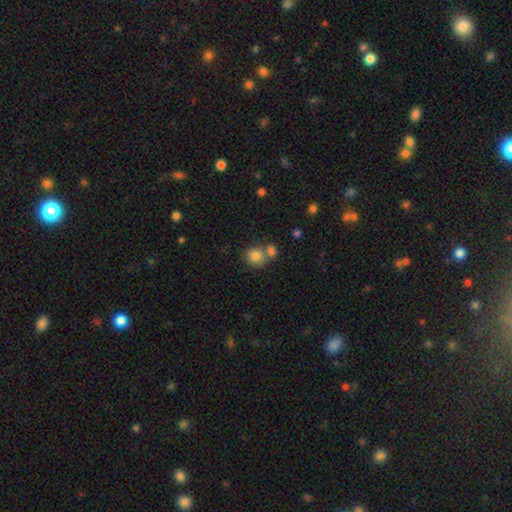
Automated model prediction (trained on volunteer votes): Q: Smooth or featured?
A: smooth (82%); runner-up: star or artifact (9%)
Q: How rounded?
A: round (83%); runner-up: in between (16%)
Q: Merging?
A: none (49%); runner-up: merger (38%)